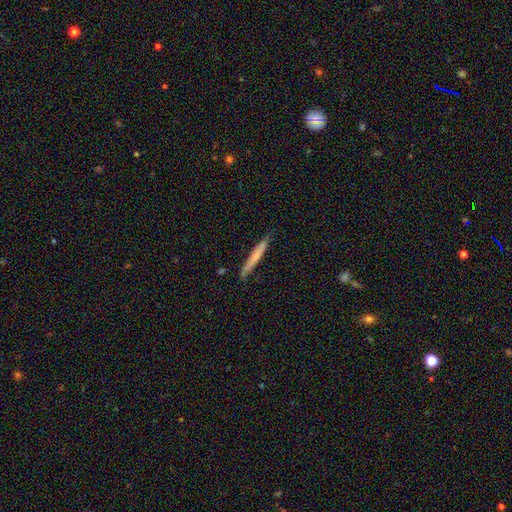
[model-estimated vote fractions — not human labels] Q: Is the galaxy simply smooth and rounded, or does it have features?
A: smooth — 64%.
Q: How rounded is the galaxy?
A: cigar-shaped — 96%.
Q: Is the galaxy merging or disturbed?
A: none — 83%.